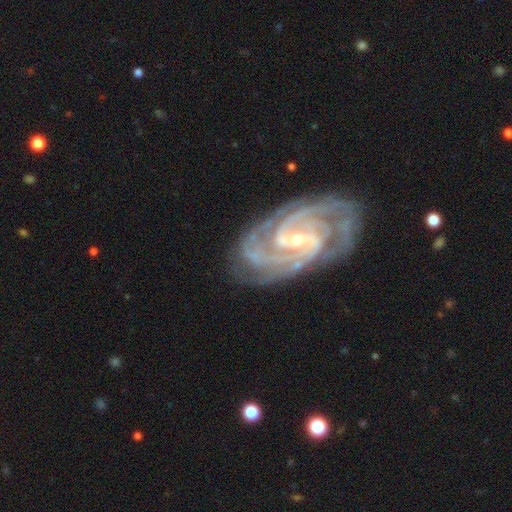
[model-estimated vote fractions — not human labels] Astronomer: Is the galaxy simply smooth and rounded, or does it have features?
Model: featured or disk — 92%.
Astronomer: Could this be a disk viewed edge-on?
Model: no — 97%.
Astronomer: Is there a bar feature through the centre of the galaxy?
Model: weak — 44% (runner-up: no, 28%).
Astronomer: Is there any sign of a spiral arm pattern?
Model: yes — 98%.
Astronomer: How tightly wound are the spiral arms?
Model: tight — 60%.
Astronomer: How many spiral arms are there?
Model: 2 — 40% (runner-up: 3, 27%).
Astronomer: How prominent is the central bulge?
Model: small — 59% (runner-up: moderate, 37%).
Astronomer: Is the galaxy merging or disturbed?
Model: none — 68%.